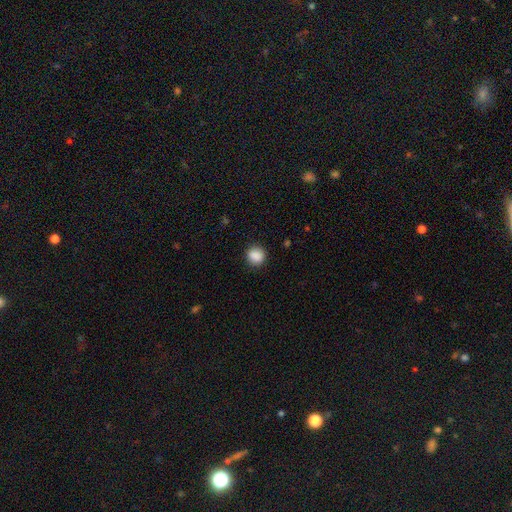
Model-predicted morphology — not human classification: Overall: smooth (88%). How rounded: round (80%). Merging: none (86%).